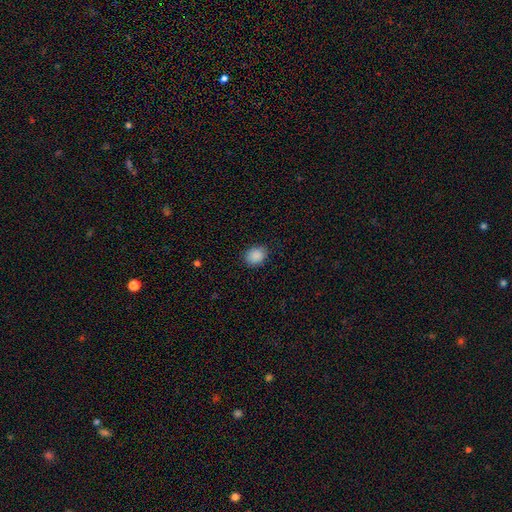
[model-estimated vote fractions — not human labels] Morphology: type=smooth (89%); roundness=round (54%); merging=none (85%).